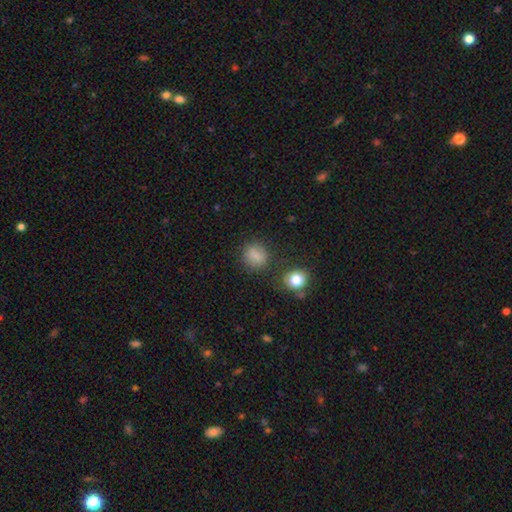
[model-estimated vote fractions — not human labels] smooth_or_featured: smooth (p=0.82) [alt: star or artifact p=0.12]
how_rounded: round (p=0.69) [alt: in between p=0.29]
merging: none (p=0.77) [alt: minor disturbance p=0.13]